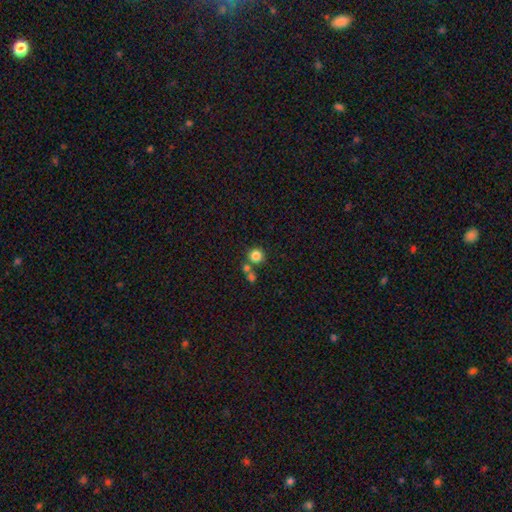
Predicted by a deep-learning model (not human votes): smooth 82%, star or artifact 12%, featured or disk 6%. Down the decision tree: how rounded — round (93%); merging — none (68%).